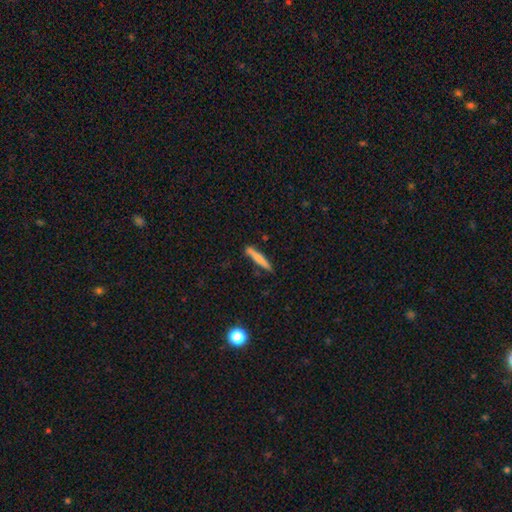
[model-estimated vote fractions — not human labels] Smooth or featured?
  - smooth: 63% *
  - featured or disk: 29%
  - star or artifact: 7%
How rounded?
  - cigar-shaped: 94% *
  - in between: 4%
  - round: 2%
Merging?
  - none: 85% *
  - minor disturbance: 10%
  - merger: 2%
  - major disturbance: 2%